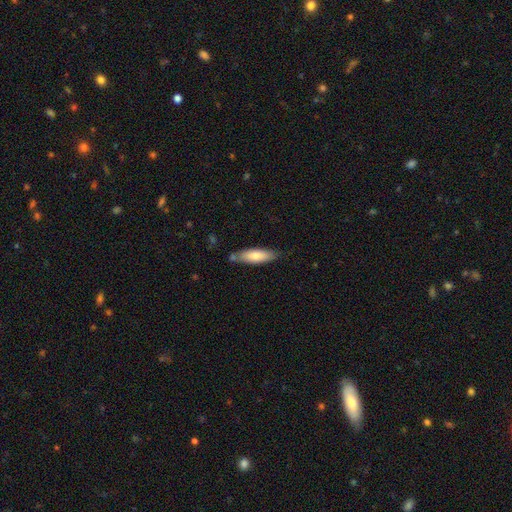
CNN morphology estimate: Overall: smooth (74%). How rounded: in between (52%; cigar-shaped 47%). Merging: none (70%).